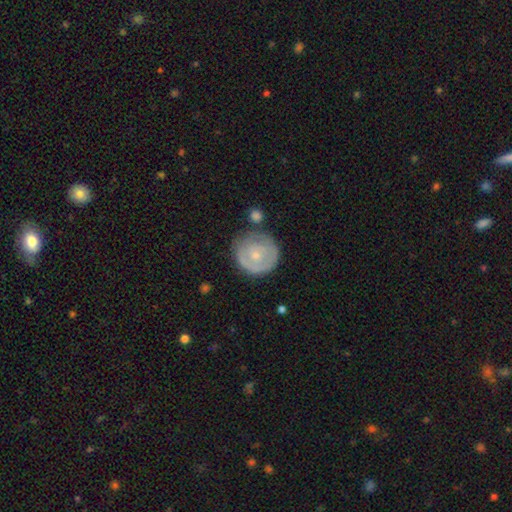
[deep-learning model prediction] Q: Smooth or featured?
A: featured or disk (49%); runner-up: smooth (46%)
Q: Merging?
A: none (64%); runner-up: minor disturbance (23%)